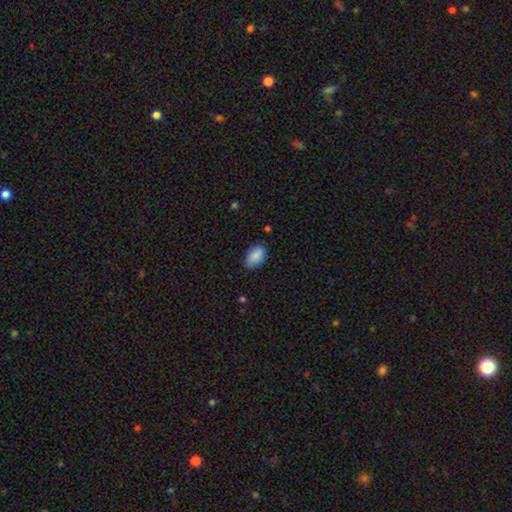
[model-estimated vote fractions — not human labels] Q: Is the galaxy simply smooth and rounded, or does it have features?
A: smooth — 89%.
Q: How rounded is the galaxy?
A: in between — 92%.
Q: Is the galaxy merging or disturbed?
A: none — 82%.